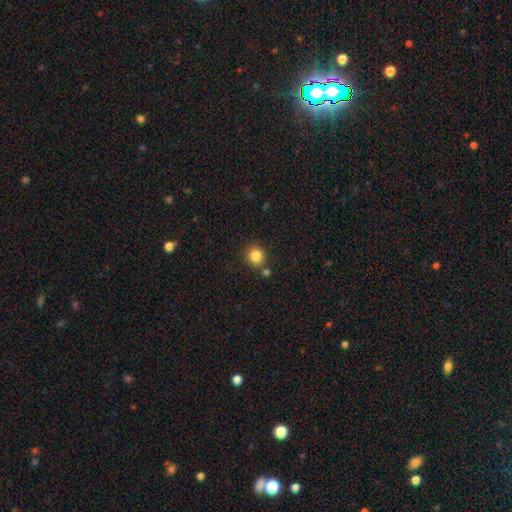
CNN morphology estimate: smooth 84%, star or artifact 11%, featured or disk 5%. Down the decision tree: how rounded — round (85%); merging — none (79%).